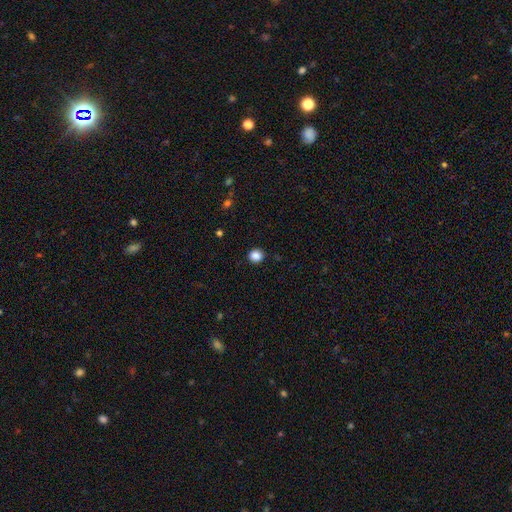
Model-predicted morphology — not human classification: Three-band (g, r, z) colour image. It shows a smooth galaxy with no disk features (87%) that is round (82%). Merging: none (91%).